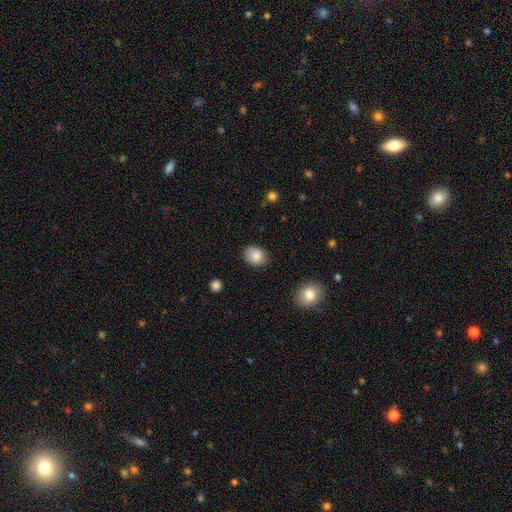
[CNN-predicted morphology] Smooth or featured: smooth — 86% (star or artifact — 8%)
How rounded: in between — 54% (round — 45%)
Merging: none — 83% (minor disturbance — 13%)